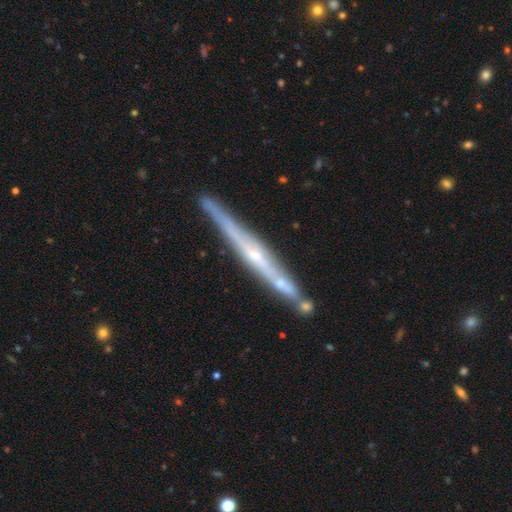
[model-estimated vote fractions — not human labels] smooth_or_featured: featured or disk (p=0.80) [alt: smooth p=0.14]
disk_edge_on: yes (p=0.96) [alt: no p=0.04]
edge_on_bulge: rounded (p=0.54) [alt: none p=0.39]
merging: none (p=0.81) [alt: minor disturbance p=0.11]